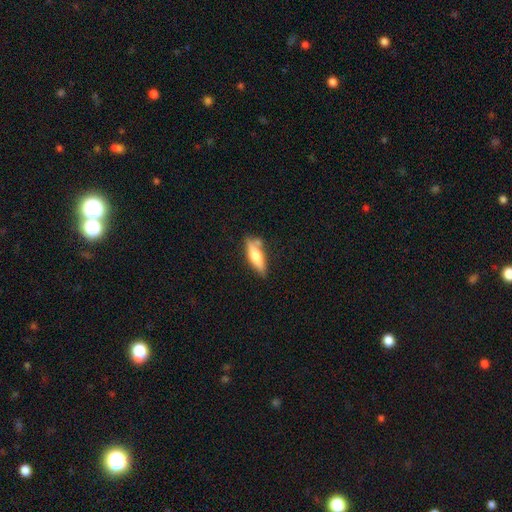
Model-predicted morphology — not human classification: type=smooth (59%); roundness=cigar-shaped (59%); merging=none (68%).